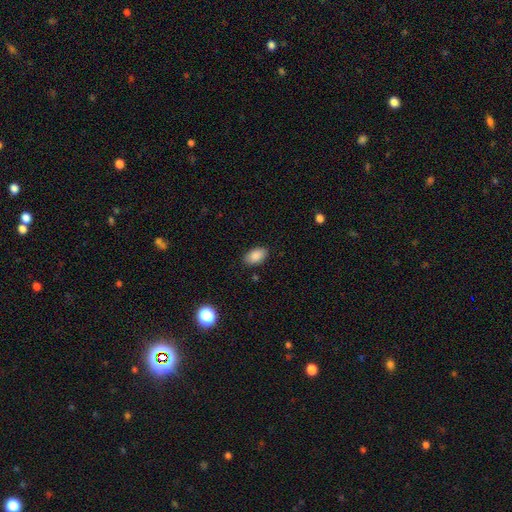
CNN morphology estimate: The model was most divided on "merging": none: 87%, minor disturbance: 10%, major disturbance: 2%, merger: 1%. More confident: how rounded — in between (92%); smooth or featured — smooth (87%).